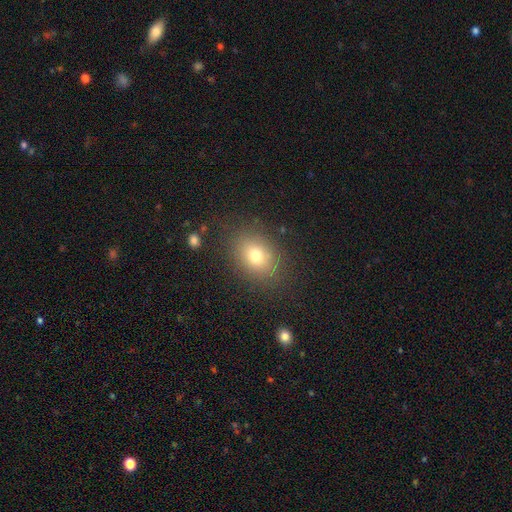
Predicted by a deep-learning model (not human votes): Smooth or featured?
  - smooth: 74% *
  - star or artifact: 14%
  - featured or disk: 12%
How rounded?
  - in between: 55% *
  - round: 44%
  - cigar-shaped: 1%
Merging?
  - none: 82% *
  - minor disturbance: 12%
  - major disturbance: 5%
  - merger: 2%